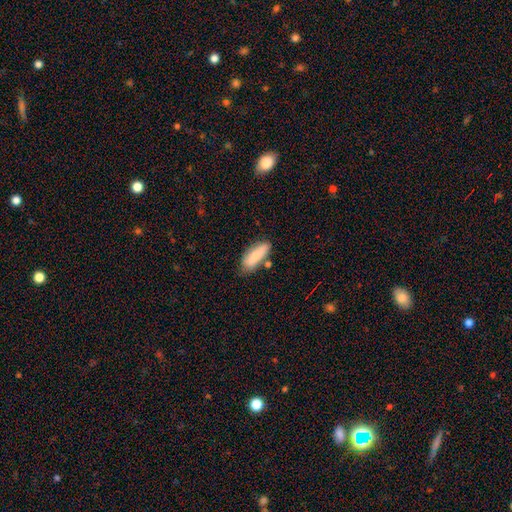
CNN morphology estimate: This is likely a smooth galaxy (77%). How rounded: likely in between (70%). Merging: likely none (66%).